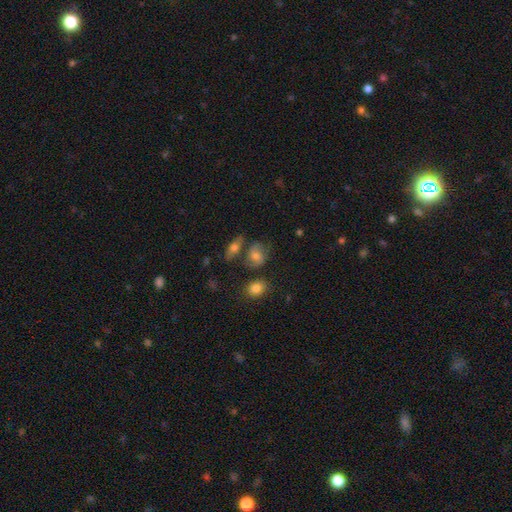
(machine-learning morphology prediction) smooth-or-featured: smooth: 63% | featured or disk: 22% | star or artifact: 14%
  how-rounded: in between: 51% | round: 46% | cigar-shaped: 2%
  merging: none: 53% | minor disturbance: 21% | merger: 16% | major disturbance: 11%